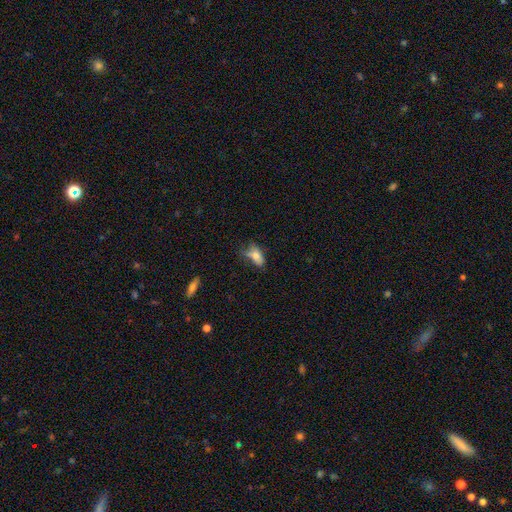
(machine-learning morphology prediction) smooth_or_featured: smooth (p=0.71) [alt: featured or disk p=0.19]
how_rounded: in between (p=0.85) [alt: cigar-shaped p=0.09]
merging: none (p=0.38) [alt: minor disturbance p=0.34]